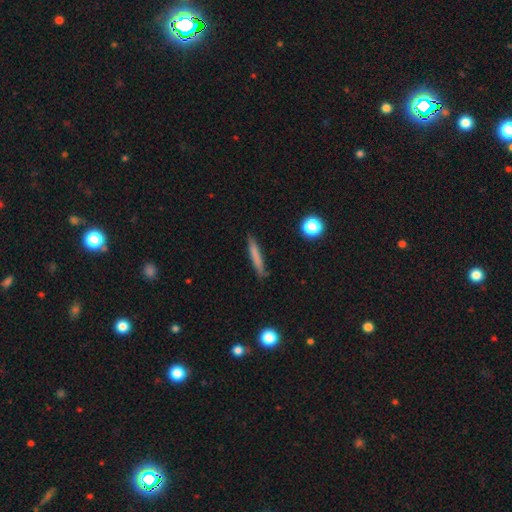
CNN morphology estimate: smooth 71%, featured or disk 22%, star or artifact 7%. Down the decision tree: how rounded — cigar-shaped (94%); merging — none (85%).